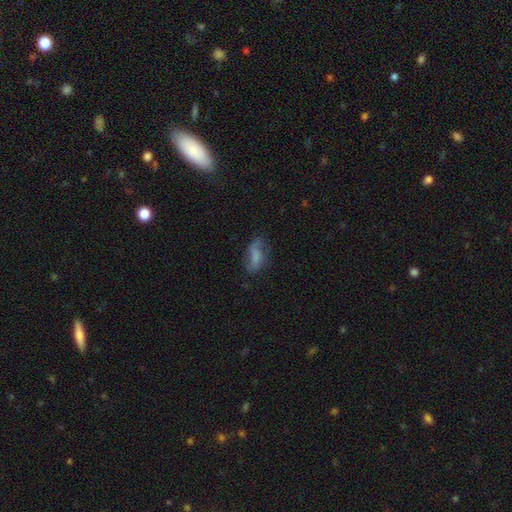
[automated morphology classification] Smooth or featured?
  - smooth: 60% *
  - featured or disk: 30%
  - star or artifact: 10%
How rounded?
  - in between: 77% *
  - cigar-shaped: 19%
  - round: 4%
Merging?
  - none: 58% *
  - minor disturbance: 26%
  - major disturbance: 13%
  - merger: 2%